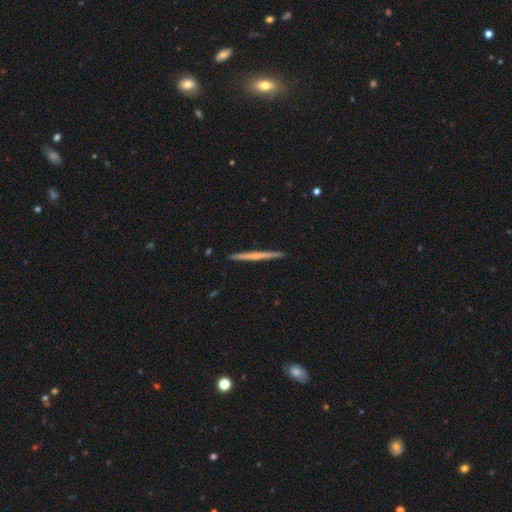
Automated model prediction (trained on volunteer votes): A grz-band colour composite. It shows a featured or disk galaxy (51%) viewed edge-on (98%) with no central bulge (77%). Merging: none (93%).